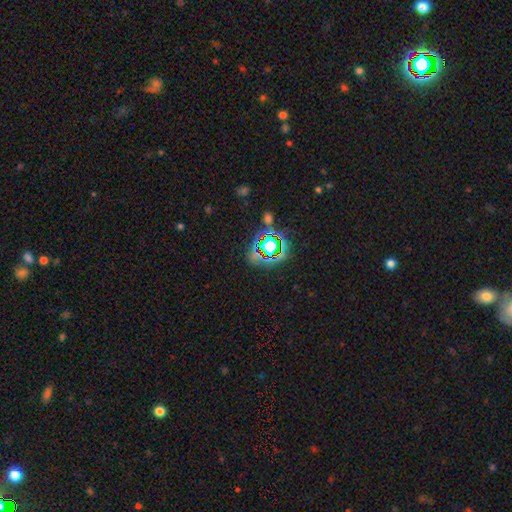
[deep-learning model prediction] Morphology: type=star or artifact (72%).